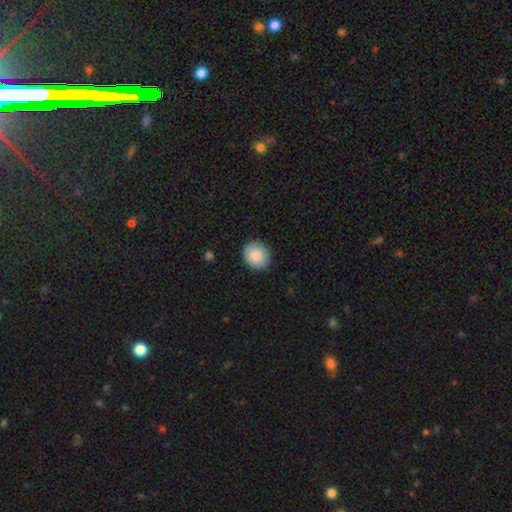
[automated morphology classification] type=smooth (87%); roundness=round (77%); merging=none (89%).